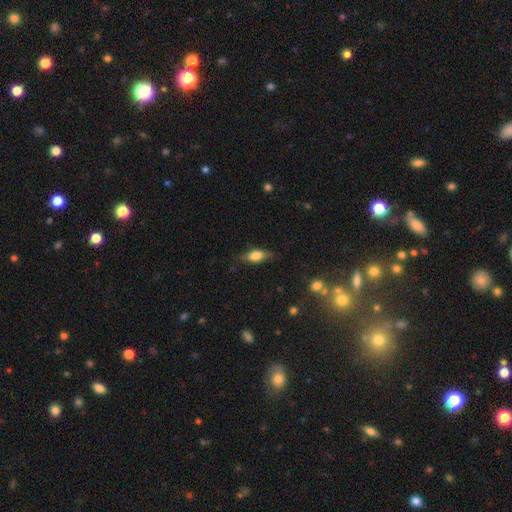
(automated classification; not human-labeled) Q: Smooth or featured?
A: smooth (69%); runner-up: featured or disk (23%)
Q: How rounded?
A: in between (76%); runner-up: cigar-shaped (19%)
Q: Merging?
A: none (75%); runner-up: minor disturbance (19%)